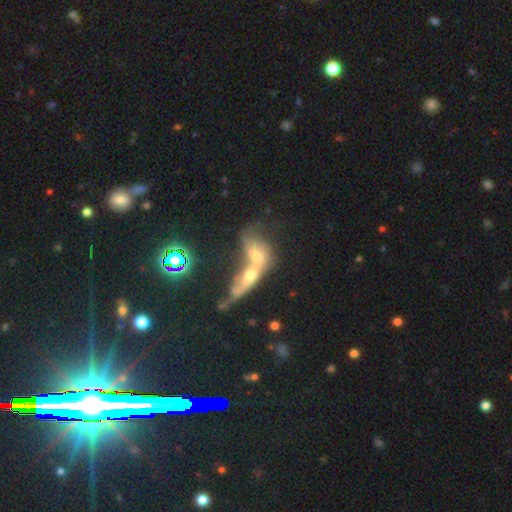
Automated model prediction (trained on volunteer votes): Smooth or featured: smooth — 46% (featured or disk — 42%)
Merging: merger — 77% (none — 11%)